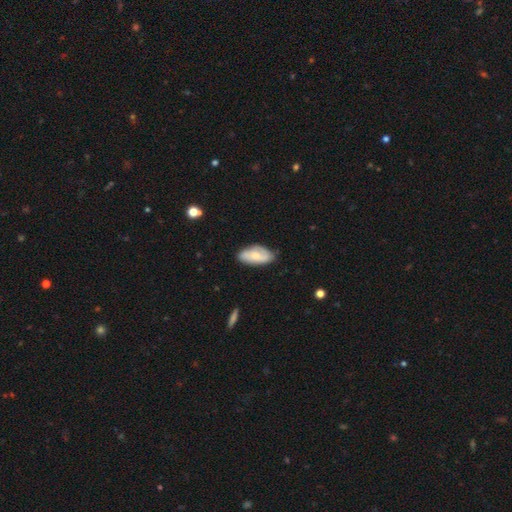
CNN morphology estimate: smooth 62%, featured or disk 32%, star or artifact 6%. Down the decision tree: how rounded — in between (91%); merging — none (73%).